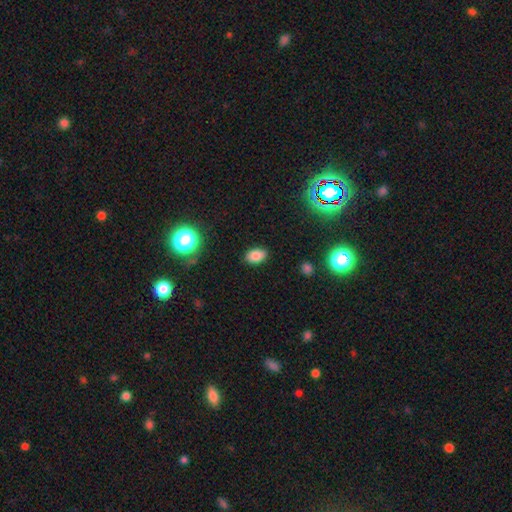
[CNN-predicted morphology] type=smooth (82%); roundness=in between (88%); merging=none (87%).